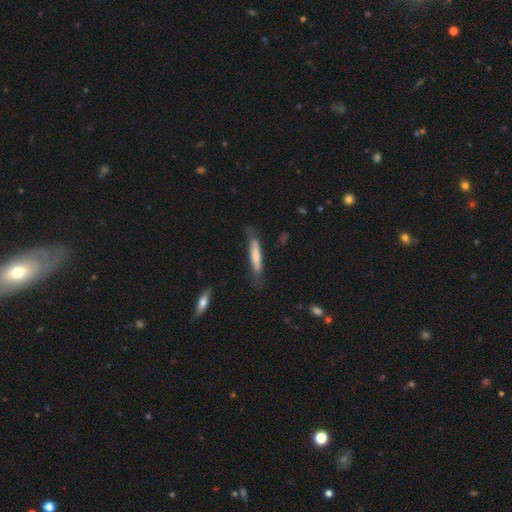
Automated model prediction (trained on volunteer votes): Smooth or featured? Predicted: smooth (p=0.67). How rounded? Predicted: cigar-shaped (p=0.87). Merging? Predicted: none (p=0.67).